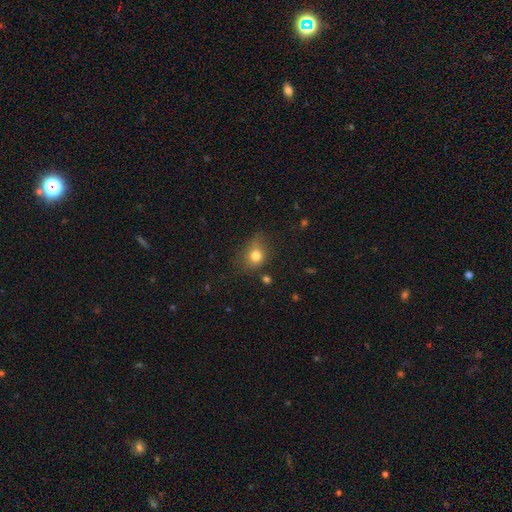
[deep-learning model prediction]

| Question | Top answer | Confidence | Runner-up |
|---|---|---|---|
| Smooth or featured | smooth | 78% | star or artifact (13%) |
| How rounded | round | 56% | in between (42%) |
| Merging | none | 60% | minor disturbance (27%) |